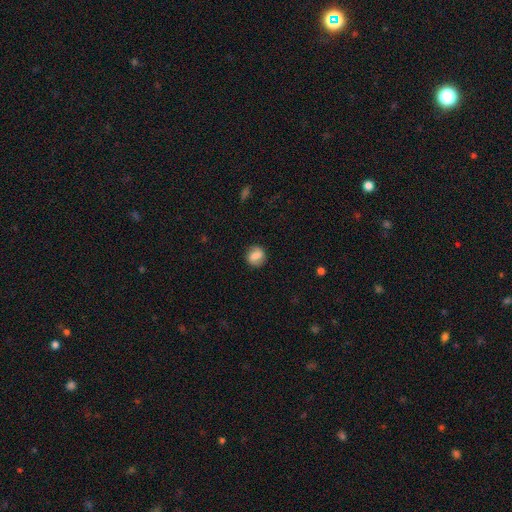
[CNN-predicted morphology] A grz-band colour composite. It shows a smooth galaxy with no disk features (69%) that is round (75%). Merging: none (84%).